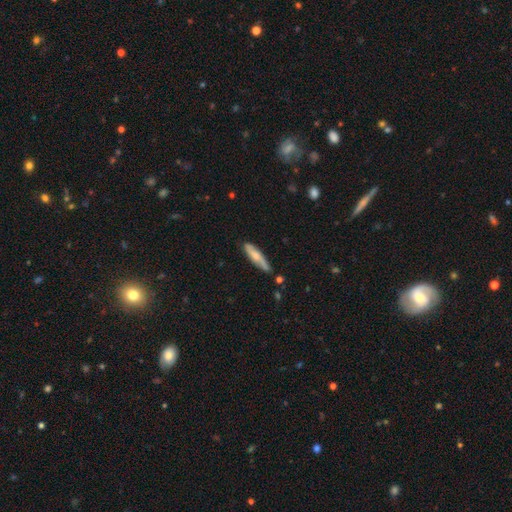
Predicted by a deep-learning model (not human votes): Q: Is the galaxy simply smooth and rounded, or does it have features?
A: smooth — 59%.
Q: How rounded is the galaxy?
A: cigar-shaped — 76%.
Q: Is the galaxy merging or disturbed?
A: none — 70%.